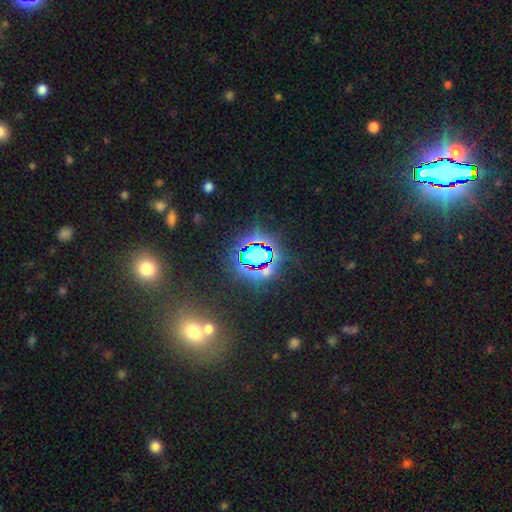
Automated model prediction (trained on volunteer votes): Smooth or featured? star or artifact (74%)